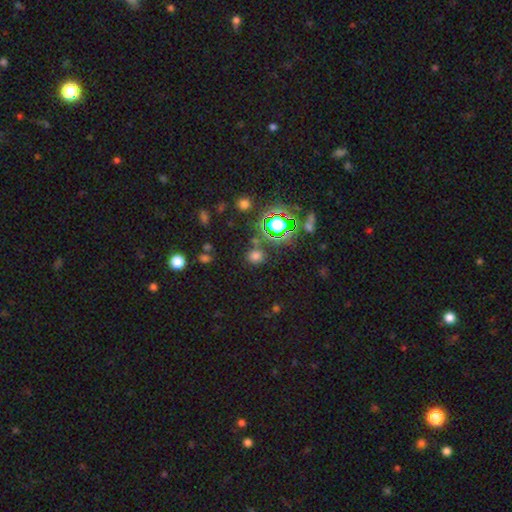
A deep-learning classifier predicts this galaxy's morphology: Smooth or featured? smooth (61%)
How rounded? round (77%)
Merging? none (78%)